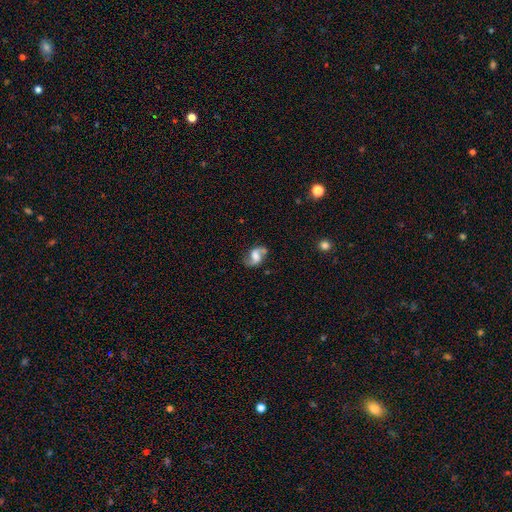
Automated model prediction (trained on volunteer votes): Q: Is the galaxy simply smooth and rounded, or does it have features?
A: featured or disk — 77%.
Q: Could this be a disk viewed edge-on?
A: no — 97%.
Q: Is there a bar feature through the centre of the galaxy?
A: weak — 45%.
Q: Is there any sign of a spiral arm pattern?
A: yes — 93%.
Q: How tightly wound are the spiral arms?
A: loose — 57%.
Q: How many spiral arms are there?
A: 2 — 91%.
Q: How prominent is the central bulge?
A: moderate — 30%.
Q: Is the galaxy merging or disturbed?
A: none — 68%.